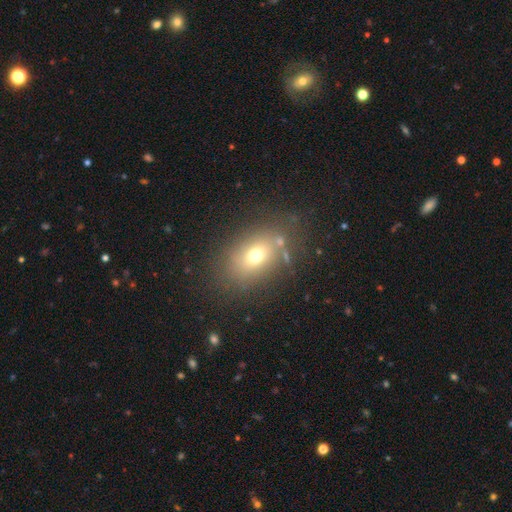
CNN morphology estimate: smooth_or_featured: smooth (p=0.66) [alt: featured or disk p=0.18]
how_rounded: in between (p=0.73) [alt: round p=0.25]
merging: none (p=0.73) [alt: minor disturbance p=0.14]